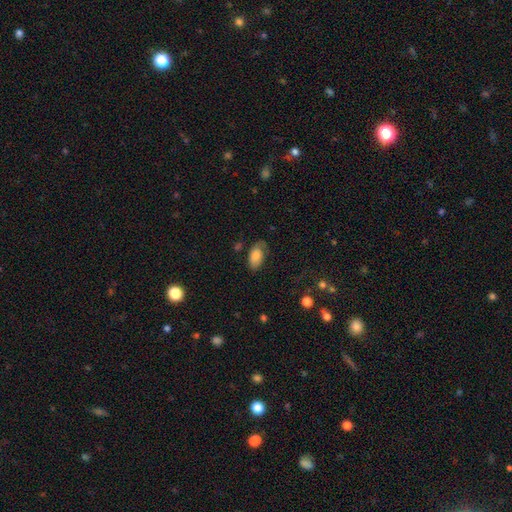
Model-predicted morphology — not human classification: Overall: smooth (70%). How rounded: in between (93%). Merging: none (55%; minor disturbance 28%).